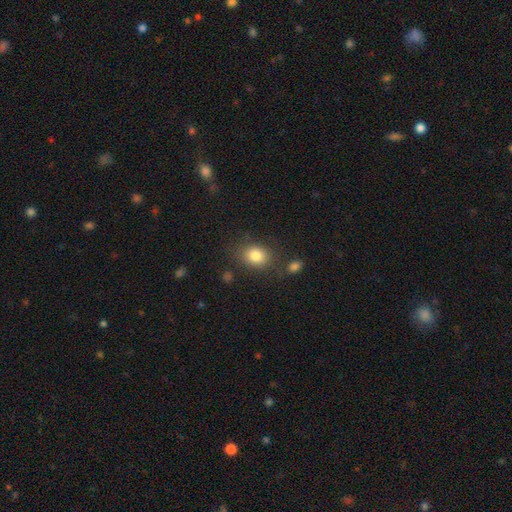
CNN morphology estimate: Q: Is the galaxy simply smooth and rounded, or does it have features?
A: smooth — 83%.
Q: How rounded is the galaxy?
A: round — 50%.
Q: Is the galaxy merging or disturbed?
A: none — 75%.